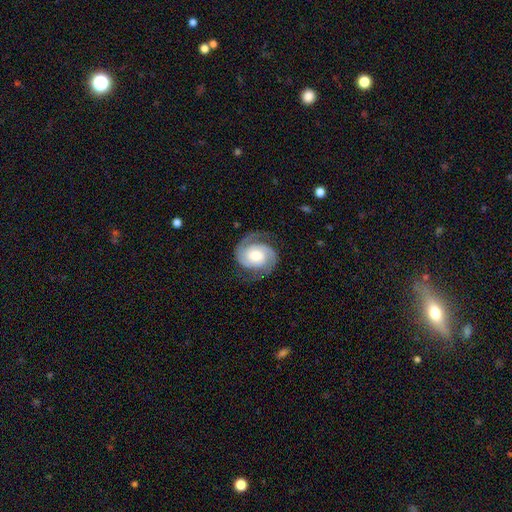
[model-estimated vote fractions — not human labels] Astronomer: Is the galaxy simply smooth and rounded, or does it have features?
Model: featured or disk — 89%.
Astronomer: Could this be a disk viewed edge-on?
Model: no — 98%.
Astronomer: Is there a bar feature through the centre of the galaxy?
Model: no — 60%.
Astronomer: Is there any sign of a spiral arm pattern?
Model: yes — 98%.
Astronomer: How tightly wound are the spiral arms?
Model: tight — 53% (runner-up: medium, 39%).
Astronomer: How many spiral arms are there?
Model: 2 — 92%.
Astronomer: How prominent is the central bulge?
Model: moderate — 64%.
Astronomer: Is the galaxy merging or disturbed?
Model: none — 78%.